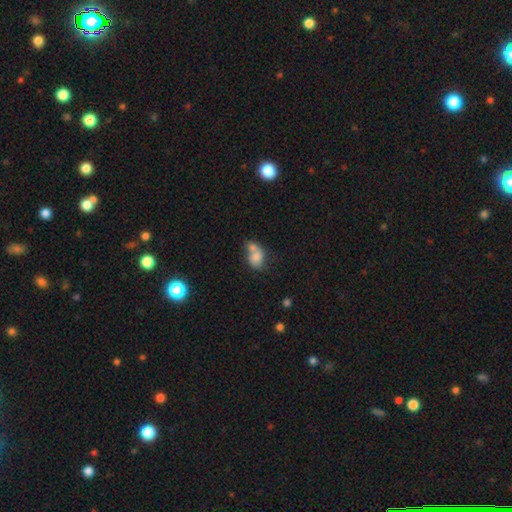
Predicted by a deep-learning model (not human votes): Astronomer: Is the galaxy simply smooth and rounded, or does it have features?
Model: smooth — 72%.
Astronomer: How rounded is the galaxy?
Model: in between — 67%.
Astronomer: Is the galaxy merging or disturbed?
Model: merger — 58%.